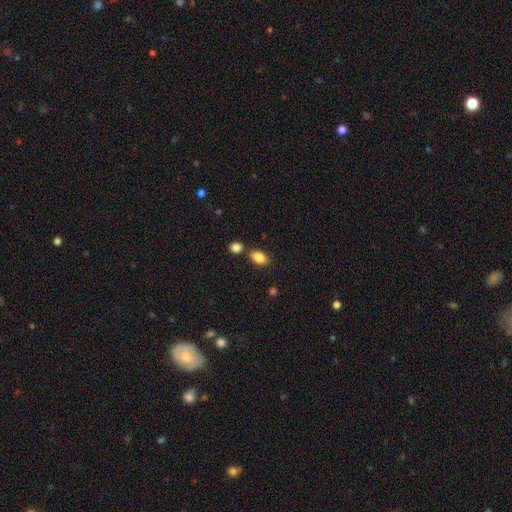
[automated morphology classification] Q: Smooth or featured?
A: smooth (82%); runner-up: star or artifact (11%)
Q: How rounded?
A: in between (84%); runner-up: round (15%)
Q: Merging?
A: none (75%); runner-up: merger (12%)